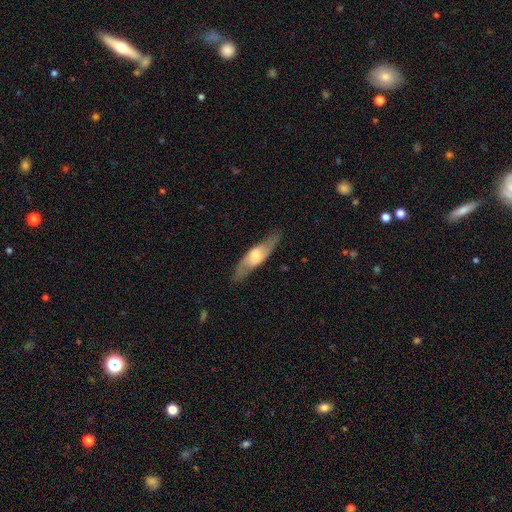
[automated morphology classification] featured or disk 59%, smooth 36%, star or artifact 5%. Down the decision tree: edge-on disk — yes (58%); merging — none (82%).